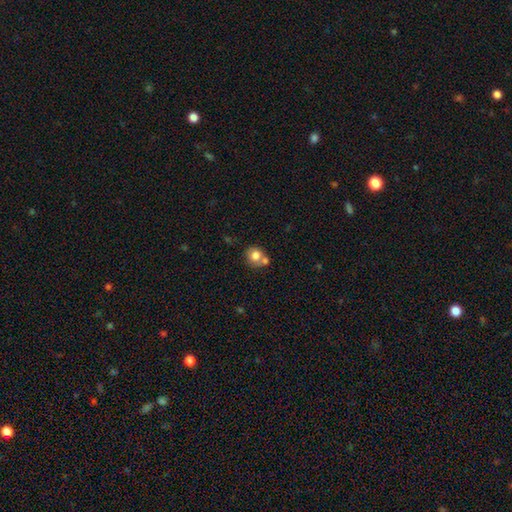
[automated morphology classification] Smooth or featured? smooth (78%)
How rounded? round (80%)
Merging? none (51%)